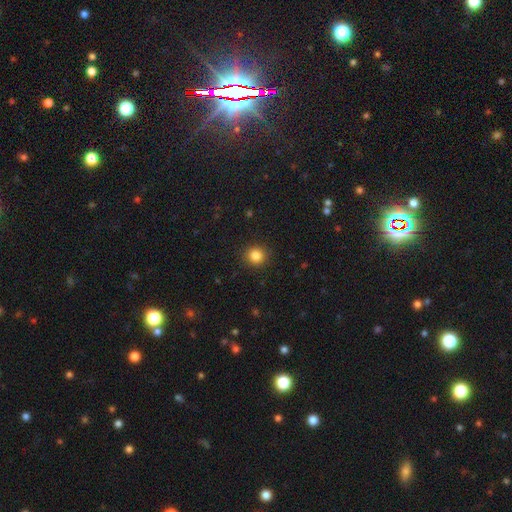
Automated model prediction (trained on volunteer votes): Smooth or featured? smooth (85%)
How rounded? round (90%)
Merging? none (91%)